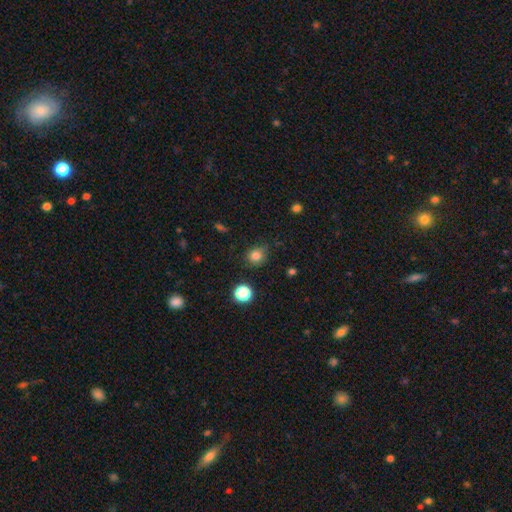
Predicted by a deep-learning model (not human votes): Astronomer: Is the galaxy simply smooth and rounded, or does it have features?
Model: smooth — 80%.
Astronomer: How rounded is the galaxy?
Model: round — 82%.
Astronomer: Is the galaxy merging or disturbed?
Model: none — 81%.